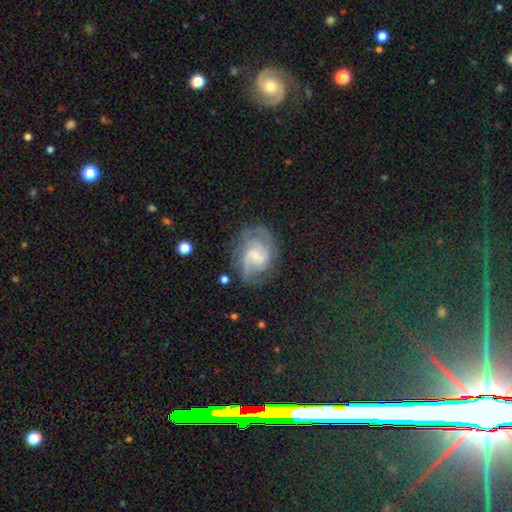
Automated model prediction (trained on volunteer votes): Smooth or featured?
  - featured or disk: 82% *
  - smooth: 11%
  - star or artifact: 7%
Edge-on disk?
  - no: 98% *
  - yes: 2%
Bar?
  - weak: 55% *
  - no: 34%
  - strong: 12%
Spiral arms?
  - yes: 95% *
  - no: 5%
Spiral winding?
  - medium: 50% *
  - tight: 30%
  - loose: 21%
Spiral arm count?
  - 2: 42% *
  - can't tell: 22%
  - 3: 21%
  - 4: 6%
  - 1: 5%
  - more than 4: 4%
Bulge size?
  - small: 64% *
  - moderate: 25%
  - none: 8%
  - large: 3%
  - dominant: 1%
Merging?
  - none: 63% *
  - minor disturbance: 20%
  - major disturbance: 15%
  - merger: 2%